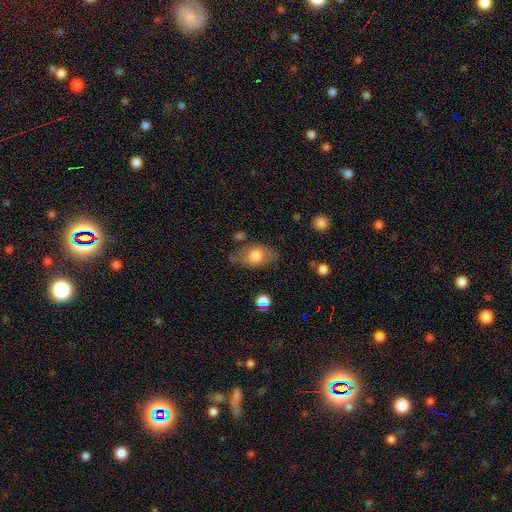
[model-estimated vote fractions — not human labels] smooth 71%, featured or disk 22%, star or artifact 7%. Down the decision tree: how rounded — in between (87%); merging — none (69%).